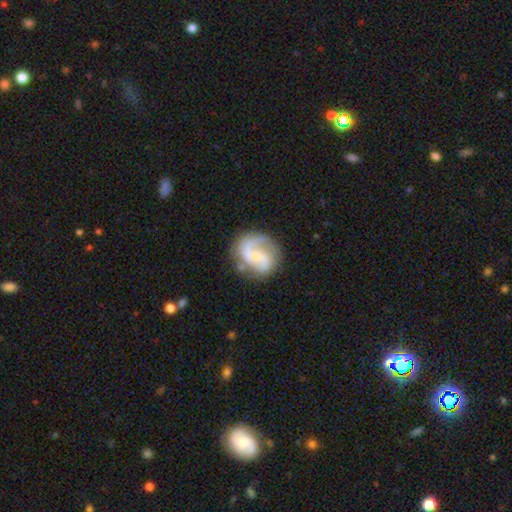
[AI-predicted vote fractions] Overall: featured or disk (81%). Edge-on disk: no (98%). Bar: weak (46%; no 40%). Spiral arms: yes (94%). Spiral arm count: 2 (79%). Spiral winding: medium (49%; loose 32%). Bulge size: small (61%; moderate 30%). Merging: none (69%).